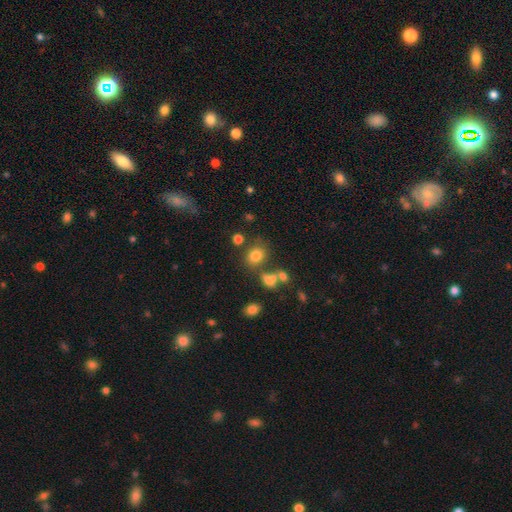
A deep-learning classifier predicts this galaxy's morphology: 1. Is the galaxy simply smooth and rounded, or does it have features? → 77% smooth, 14% star or artifact, 9% featured or disk.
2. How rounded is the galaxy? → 61% round, 38% in between, 1% cigar-shaped.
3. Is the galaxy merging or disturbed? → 69% none, 13% minor disturbance, 13% merger, 6% major disturbance.